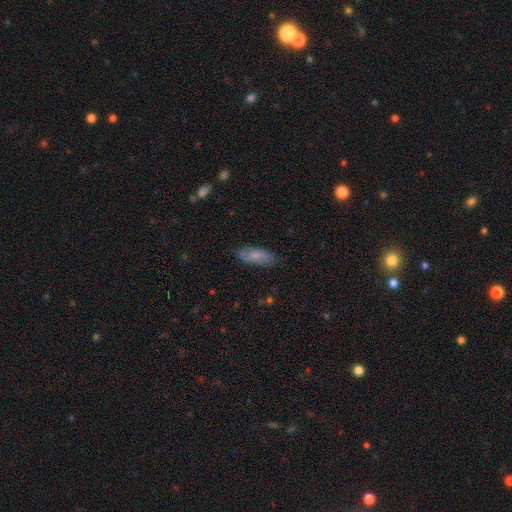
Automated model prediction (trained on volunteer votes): Overall: smooth (66%; featured or disk 27%). How rounded: in between (78%). Merging: none (77%).